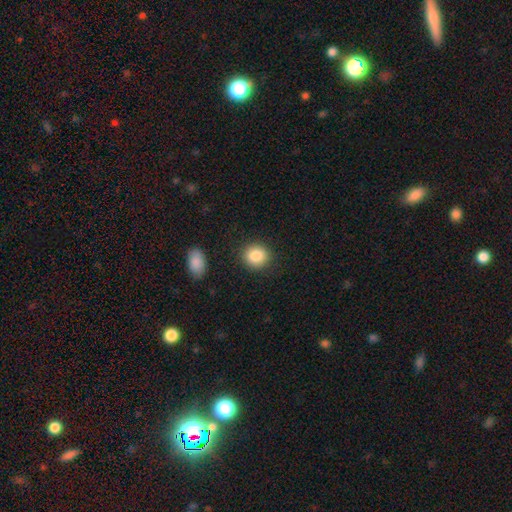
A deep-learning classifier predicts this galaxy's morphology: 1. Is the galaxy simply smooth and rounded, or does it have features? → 86% smooth, 8% star or artifact, 5% featured or disk.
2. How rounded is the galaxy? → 81% round, 18% in between, 1% cigar-shaped.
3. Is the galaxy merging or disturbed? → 87% none, 8% minor disturbance, 3% major disturbance, 2% merger.